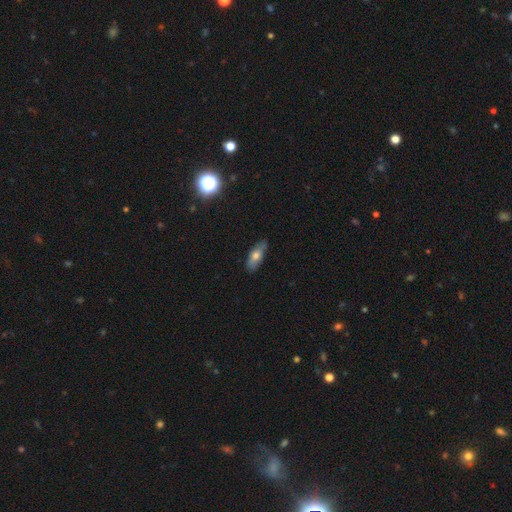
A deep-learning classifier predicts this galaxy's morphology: A smooth galaxy with no disk features (64%) that is in between round and cigar-shaped (69%). Merging: none (77%).